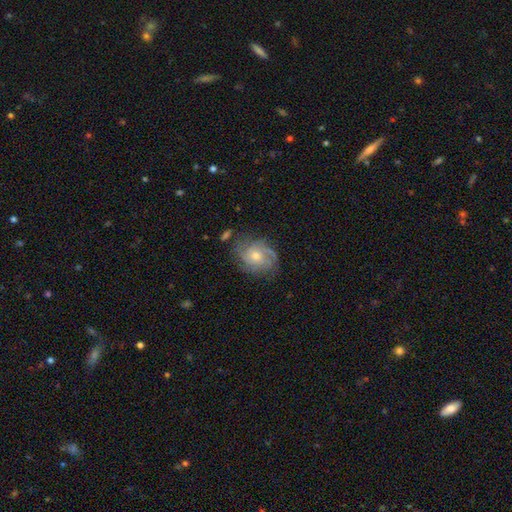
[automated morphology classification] This appears to be a featured or disk galaxy (76%) with no bar (77%), 3 (30%) tight (53%) spiral arms (93%) and a moderate central bulge (54%). Merging: none (72%).